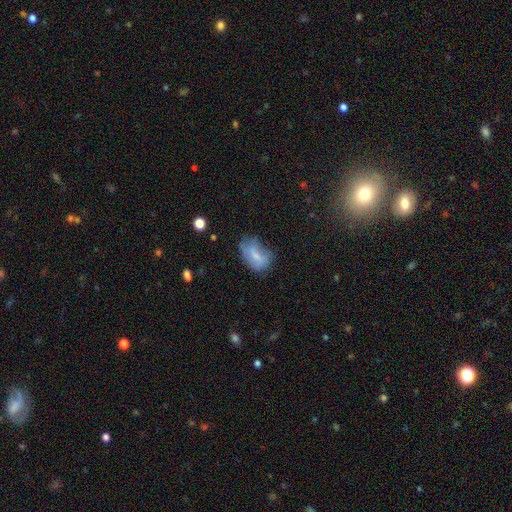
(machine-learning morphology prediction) Smooth or featured: smooth — 65% (featured or disk — 25%)
How rounded: in between — 86% (round — 12%)
Merging: none — 44% (minor disturbance — 35%)